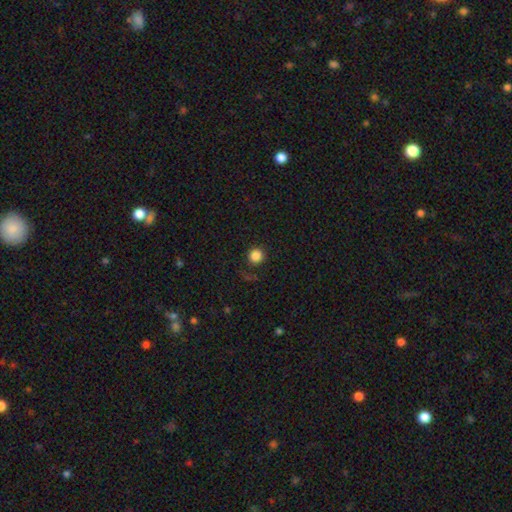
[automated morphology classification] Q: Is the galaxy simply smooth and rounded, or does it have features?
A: smooth — 85%.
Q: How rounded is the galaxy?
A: round — 94%.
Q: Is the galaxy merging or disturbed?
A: none — 86%.